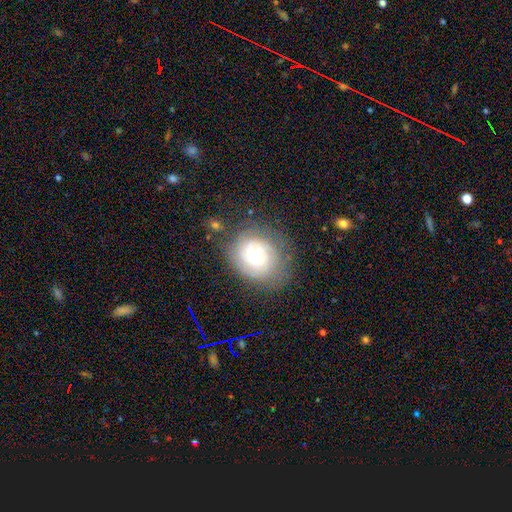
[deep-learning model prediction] smooth_or_featured: featured or disk (p=0.61) [alt: smooth p=0.30]
disk_edge_on: no (p=0.97) [alt: yes p=0.03]
bar: no (p=0.72) [alt: weak p=0.24]
has_spiral_arms: yes (p=0.83) [alt: no p=0.17]
bulge_size: moderate (p=0.63) [alt: small p=0.26]
merging: none (p=0.71) [alt: minor disturbance p=0.18]